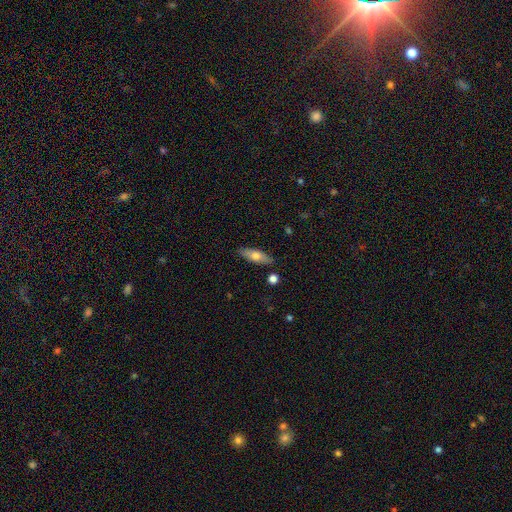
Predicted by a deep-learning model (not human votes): Smooth or featured: smooth — 61% (featured or disk — 32%)
How rounded: in between — 60% (cigar-shaped — 37%)
Merging: none — 86% (minor disturbance — 10%)